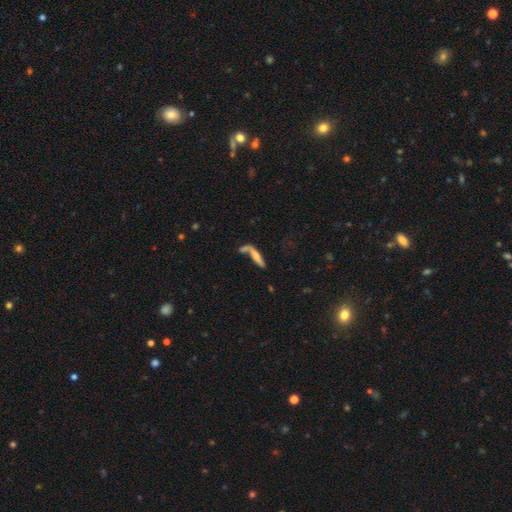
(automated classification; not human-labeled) smooth-or-featured: smooth: 49% | featured or disk: 43% | star or artifact: 8%
  merging: none: 45% | merger: 28% | minor disturbance: 16% | major disturbance: 12%